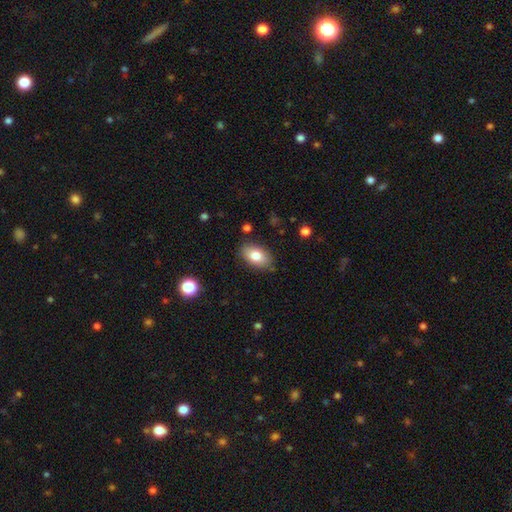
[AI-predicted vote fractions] Smooth or featured? Predicted: smooth (p=0.80). How rounded? Predicted: in between (p=0.91). Merging? Predicted: none (p=0.85).